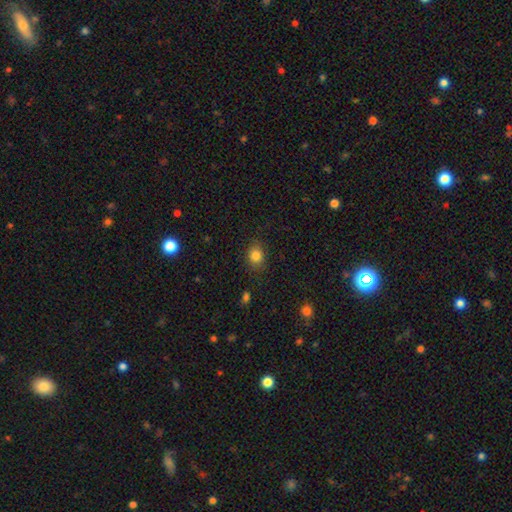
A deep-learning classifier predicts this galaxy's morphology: Smooth or featured? smooth (83%)
How rounded? round (64%)
Merging? none (84%)